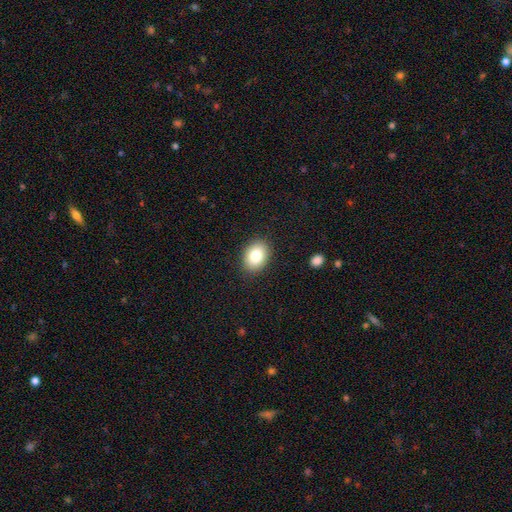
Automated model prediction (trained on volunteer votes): Smooth or featured: smooth — 82% (featured or disk — 9%)
How rounded: in between — 71% (round — 29%)
Merging: none — 89% (minor disturbance — 8%)